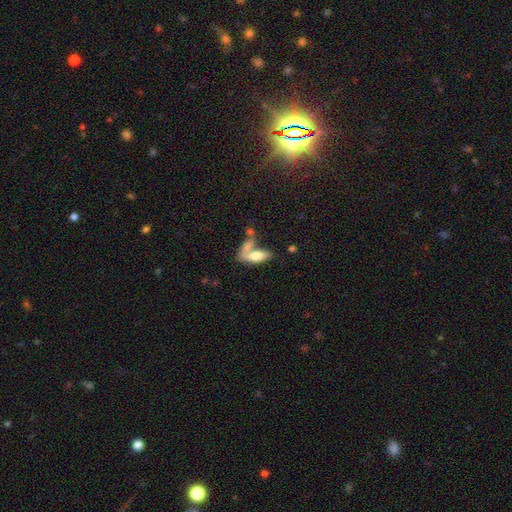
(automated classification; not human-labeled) The model was most divided on "merging": merger: 47%, none: 30%, minor disturbance: 12%, major disturbance: 10%. More confident: how rounded — in between (73%); smooth or featured — smooth (69%).